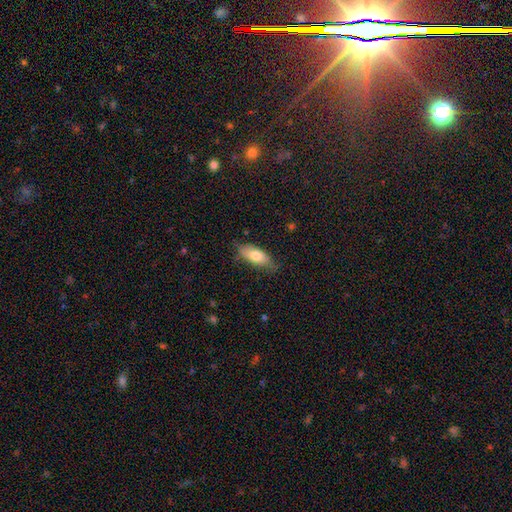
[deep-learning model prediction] smooth_or_featured: smooth (p=0.76) [alt: featured or disk p=0.18]
how_rounded: in between (p=0.77) [alt: cigar-shaped p=0.20]
merging: none (p=0.72) [alt: minor disturbance p=0.22]